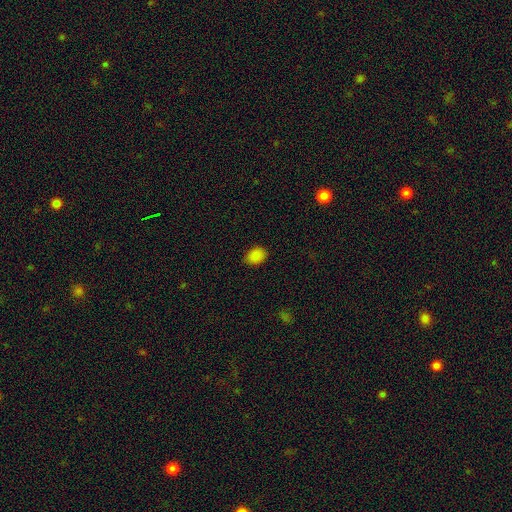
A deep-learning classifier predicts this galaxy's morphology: smooth_or_featured: smooth (p=0.85) [alt: star or artifact p=0.12]
how_rounded: in between (p=0.71) [alt: round p=0.28]
merging: none (p=0.81) [alt: minor disturbance p=0.15]